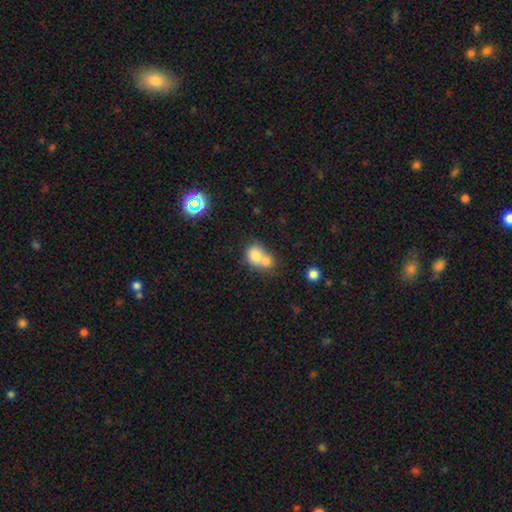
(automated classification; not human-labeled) smooth 76%, featured or disk 14%, star or artifact 10%. Down the decision tree: how rounded — round (60%); merging — merger (64%).